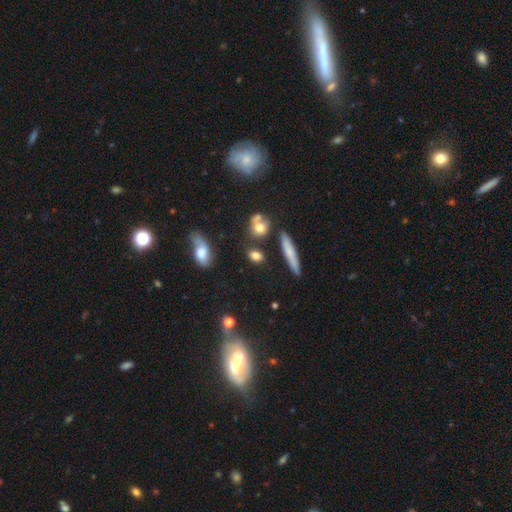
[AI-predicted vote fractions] smooth-or-featured: smooth: 77% | featured or disk: 13% | star or artifact: 11%
  how-rounded: in between: 57% | round: 28% | cigar-shaped: 16%
  merging: none: 73% | minor disturbance: 14% | merger: 8% | major disturbance: 5%